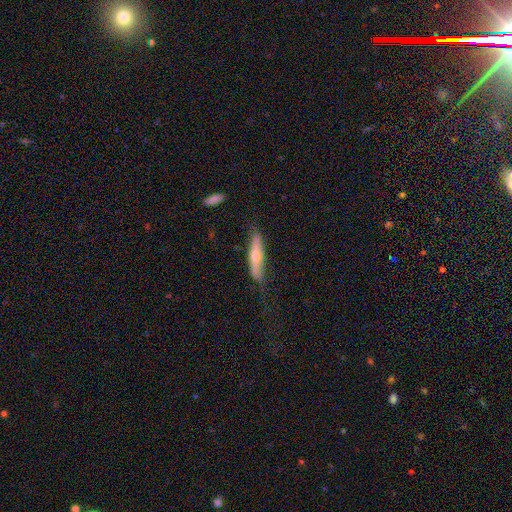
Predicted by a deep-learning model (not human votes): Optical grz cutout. It shows a smooth galaxy with no disk features (50%) that is cigar-shaped (81%). Merging: none (67%).